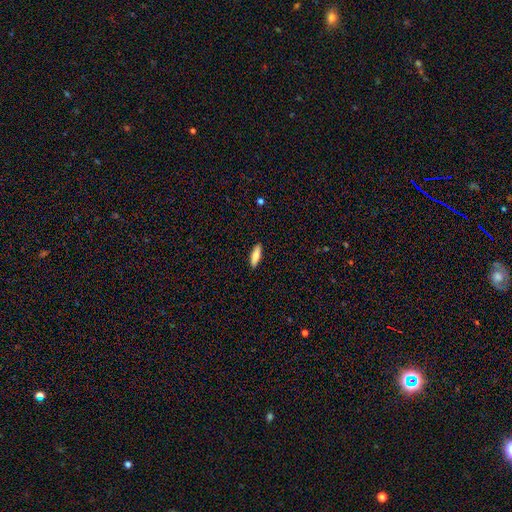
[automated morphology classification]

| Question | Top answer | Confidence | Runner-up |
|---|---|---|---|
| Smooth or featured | smooth | 80% | featured or disk (14%) |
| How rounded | cigar-shaped | 56% | in between (43%) |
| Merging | none | 90% | minor disturbance (7%) |